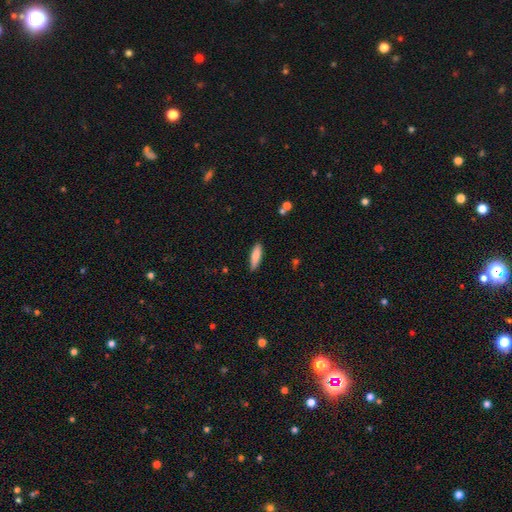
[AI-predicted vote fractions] The model was most divided on "how rounded": cigar-shaped: 58%, in between: 40%, round: 2%. More confident: merging — none (87%); smooth or featured — smooth (84%).